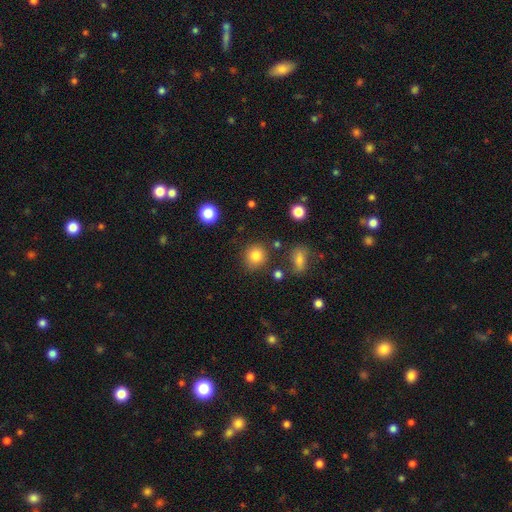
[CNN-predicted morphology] smooth 82%, star or artifact 12%, featured or disk 6%. Down the decision tree: how rounded — round (87%); merging — none (81%).